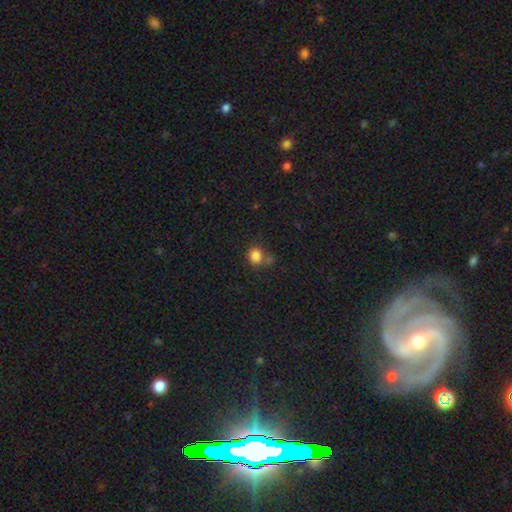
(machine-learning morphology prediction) Smooth or featured? Predicted: smooth (p=0.83). How rounded? Predicted: round (p=0.77). Merging? Predicted: none (p=0.61).